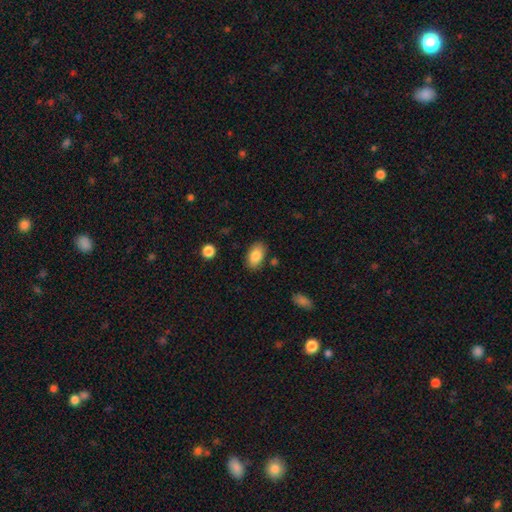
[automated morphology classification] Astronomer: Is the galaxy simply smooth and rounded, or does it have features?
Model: smooth — 85%.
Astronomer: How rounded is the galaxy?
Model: in between — 92%.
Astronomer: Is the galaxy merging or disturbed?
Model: none — 84%.